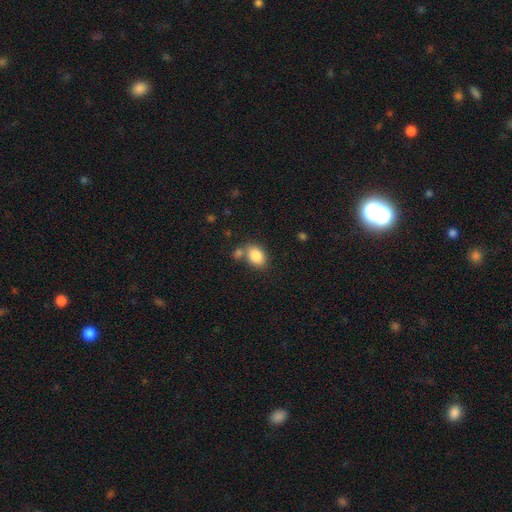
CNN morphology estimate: Q: Smooth or featured?
A: smooth (85%); runner-up: star or artifact (8%)
Q: How rounded?
A: in between (77%); runner-up: round (22%)
Q: Merging?
A: none (56%); runner-up: merger (25%)